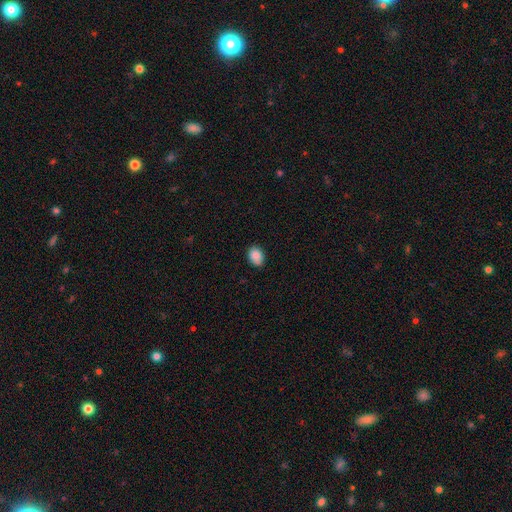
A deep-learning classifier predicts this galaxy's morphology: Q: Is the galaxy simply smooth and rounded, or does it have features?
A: smooth — 88%.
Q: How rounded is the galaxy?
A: in between — 73%.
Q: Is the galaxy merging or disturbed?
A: none — 83%.